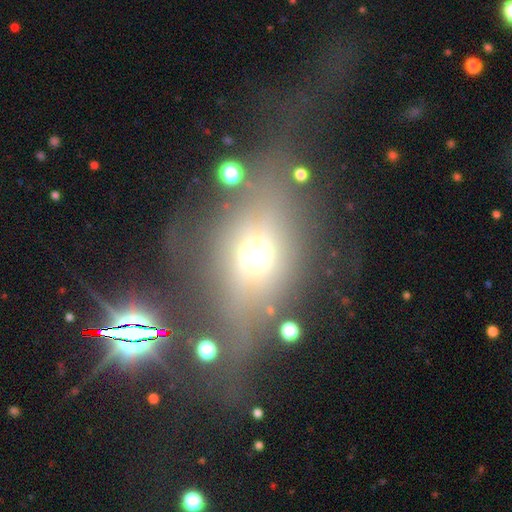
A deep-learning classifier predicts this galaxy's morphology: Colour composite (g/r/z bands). It shows a smooth galaxy with no disk features (37%). Merging: none (46%).